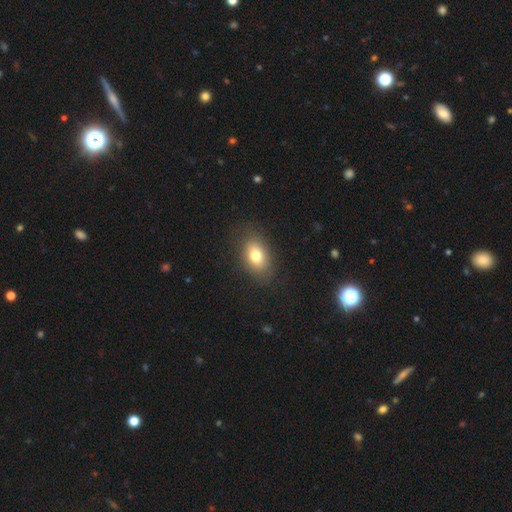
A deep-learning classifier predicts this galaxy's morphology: A smooth galaxy with no disk features (77%) that is in between round and cigar-shaped (83%).

Vote fractions:
- Smooth or featured? smooth: 77% / featured or disk: 13% / star or artifact: 9%
- How rounded? in between: 83% / round: 15% / cigar-shaped: 2%
- Merging? none: 83% / minor disturbance: 12% / major disturbance: 5% / merger: 1%